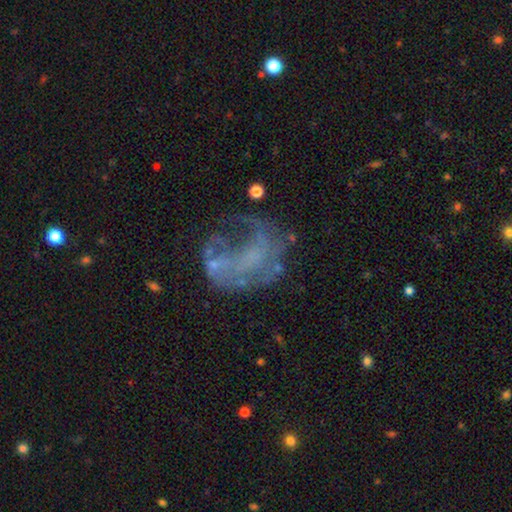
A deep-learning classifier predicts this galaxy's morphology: smooth-or-featured: featured or disk: 68% | smooth: 18% | star or artifact: 13%
  disk-edge-on: no: 98% | yes: 2%
    bar: no: 76% | weak: 19% | strong: 5%
    has-spiral-arms: no: 59% | yes: 41%
    bulge-size: none: 69% | small: 18% | moderate: 10% | large: 2% | dominant: 1%
  merging: major disturbance: 44% | none: 33% | minor disturbance: 15% | merger: 7%